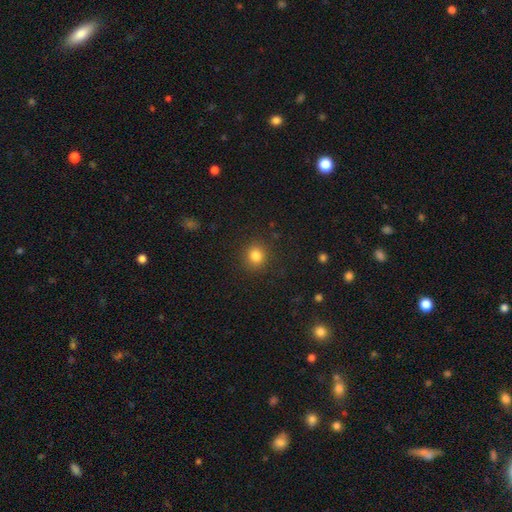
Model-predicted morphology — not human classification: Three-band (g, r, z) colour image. It shows a smooth galaxy with no disk features (82%) that is round (86%). Merging: none (90%).